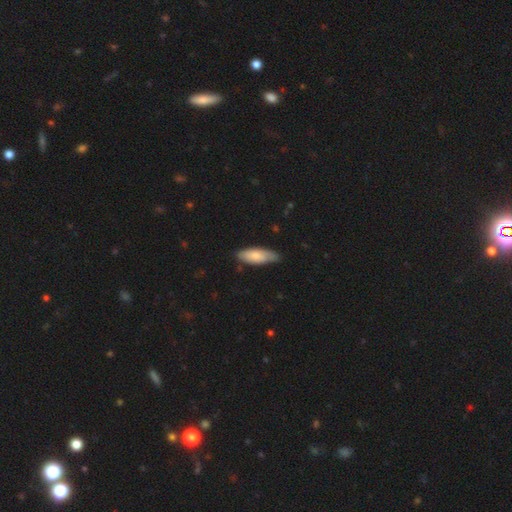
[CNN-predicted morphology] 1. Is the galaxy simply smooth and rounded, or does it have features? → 76% smooth, 19% featured or disk, 5% star or artifact.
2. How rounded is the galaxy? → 64% in between, 34% cigar-shaped, 2% round.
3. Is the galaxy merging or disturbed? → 75% none, 21% minor disturbance, 3% major disturbance, 1% merger.